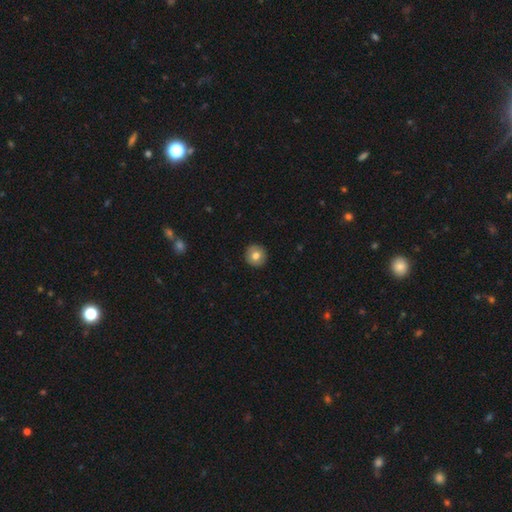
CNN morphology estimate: Smooth or featured: smooth — 77% (featured or disk — 15%)
How rounded: round — 95% (in between — 4%)
Merging: none — 93% (minor disturbance — 5%)